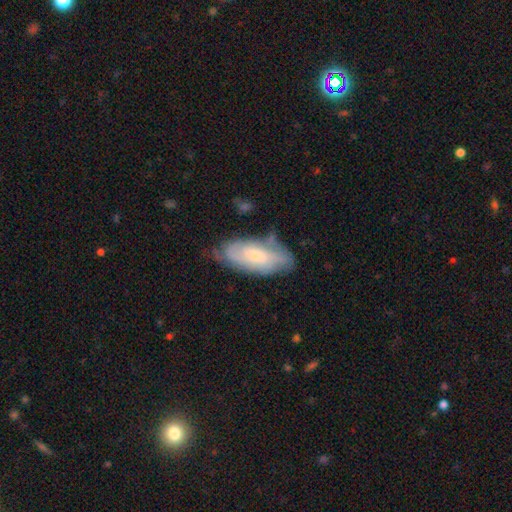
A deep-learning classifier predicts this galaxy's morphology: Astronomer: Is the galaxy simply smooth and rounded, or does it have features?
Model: featured or disk — 54% (runner-up: smooth, 40%).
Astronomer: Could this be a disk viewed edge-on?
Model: no — 87%.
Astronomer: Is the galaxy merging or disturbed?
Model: none — 60%.